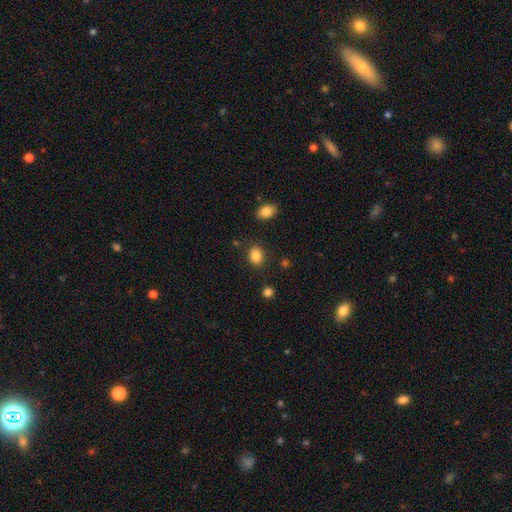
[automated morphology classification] type=smooth (85%); roundness=in between (63%); merging=none (84%).